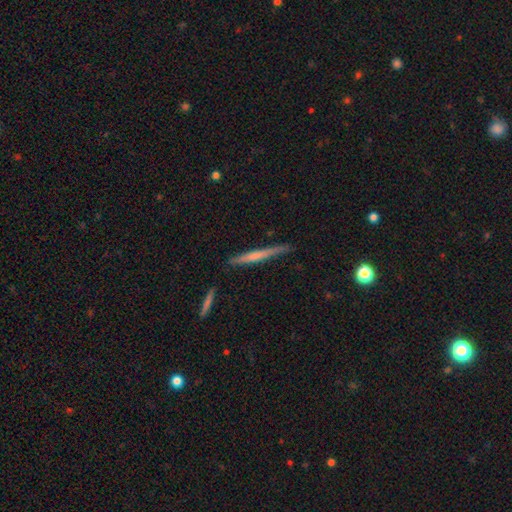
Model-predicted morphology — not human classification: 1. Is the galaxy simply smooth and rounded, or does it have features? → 47% featured or disk (tied), 47% smooth (tied), 6% star or artifact.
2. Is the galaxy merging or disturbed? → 84% none, 12% minor disturbance, 2% major disturbance, 2% merger.